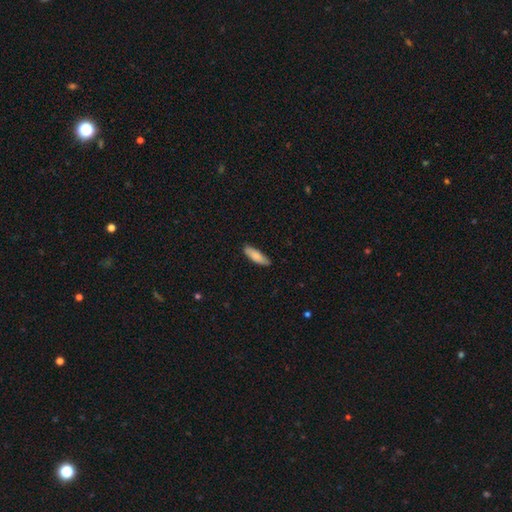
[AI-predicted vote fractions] Smooth or featured?
  - smooth: 82% *
  - featured or disk: 12%
  - star or artifact: 6%
How rounded?
  - cigar-shaped: 53% *
  - in between: 45%
  - round: 2%
Merging?
  - none: 85% *
  - minor disturbance: 12%
  - major disturbance: 2%
  - merger: 1%